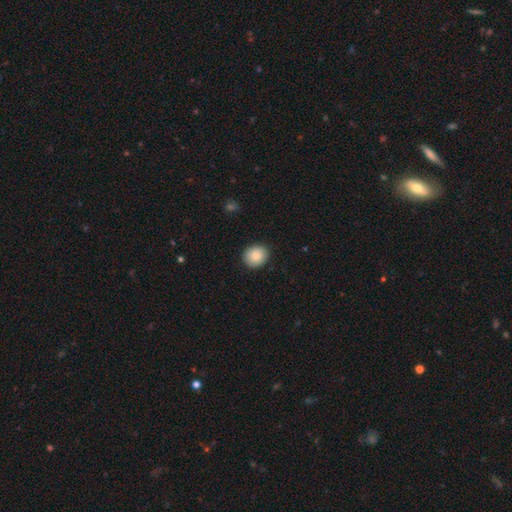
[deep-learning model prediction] smooth 83%, featured or disk 8%, star or artifact 8%. Down the decision tree: how rounded — round (73%); merging — none (89%).